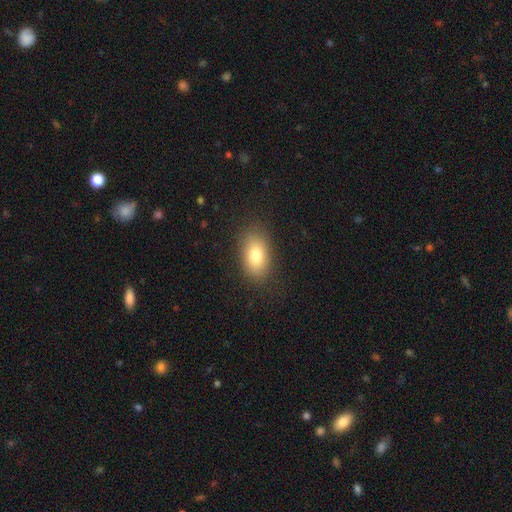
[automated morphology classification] A smooth galaxy with no disk features (79%) that is in between round and cigar-shaped (87%).

Vote fractions:
- Smooth or featured? smooth: 79% / featured or disk: 12% / star or artifact: 9%
- How rounded? in between: 87% / round: 11% / cigar-shaped: 2%
- Merging? none: 85% / minor disturbance: 10% / major disturbance: 3% / merger: 1%